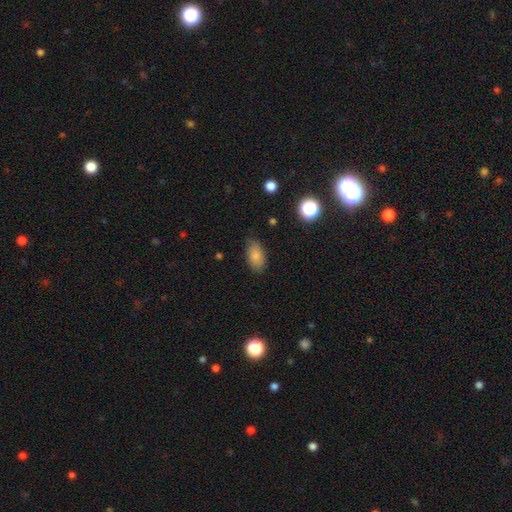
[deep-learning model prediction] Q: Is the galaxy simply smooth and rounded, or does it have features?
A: smooth — 84%.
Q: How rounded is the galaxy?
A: in between — 91%.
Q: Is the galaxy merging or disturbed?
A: none — 76%.